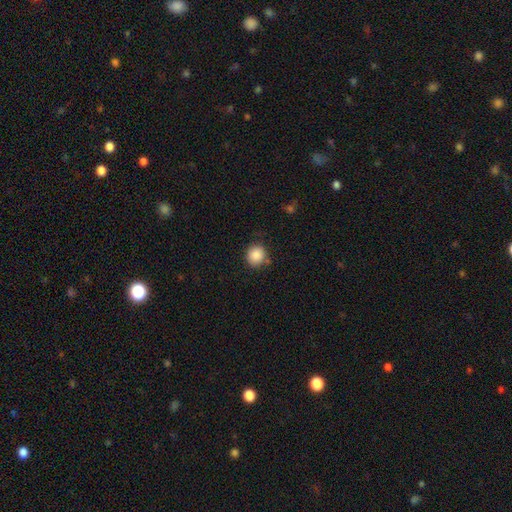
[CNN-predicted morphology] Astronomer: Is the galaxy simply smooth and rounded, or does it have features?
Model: smooth — 87%.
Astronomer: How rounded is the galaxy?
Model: round — 86%.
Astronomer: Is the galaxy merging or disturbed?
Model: none — 80%.